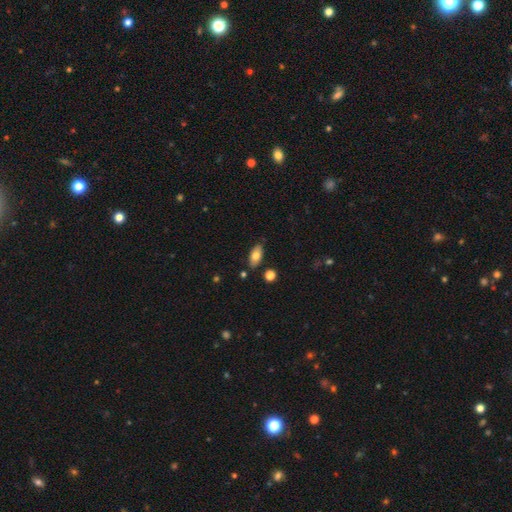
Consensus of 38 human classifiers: A smooth galaxy with no disk features (79%) that is in between round and cigar-shaped (93%). Merging: none (67%).